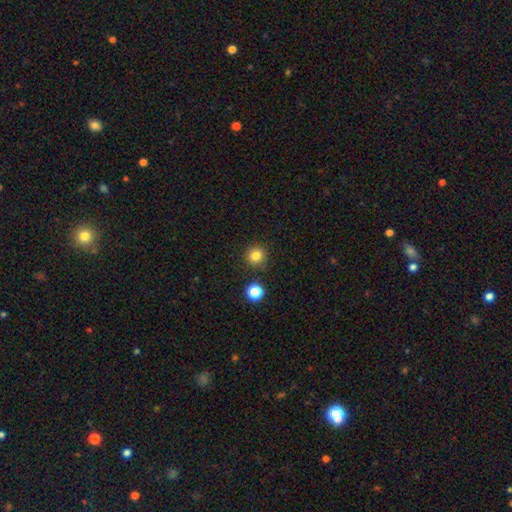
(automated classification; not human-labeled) smooth 81%, star or artifact 13%, featured or disk 5%. Down the decision tree: how rounded — round (95%); merging — none (88%).